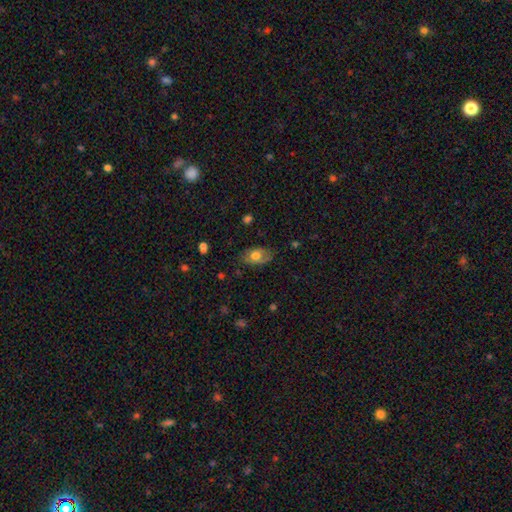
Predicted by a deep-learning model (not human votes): Smooth or featured? smooth (64%)
How rounded? in between (89%)
Merging? none (72%)